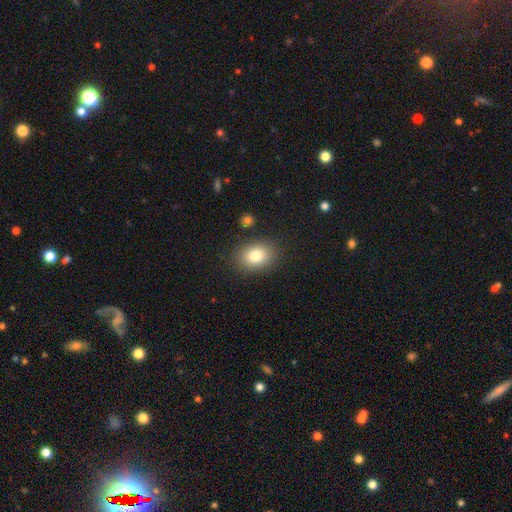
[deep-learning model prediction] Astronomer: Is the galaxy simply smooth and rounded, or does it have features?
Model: smooth — 81%.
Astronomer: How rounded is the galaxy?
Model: in between — 68%.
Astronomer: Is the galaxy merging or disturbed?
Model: none — 86%.